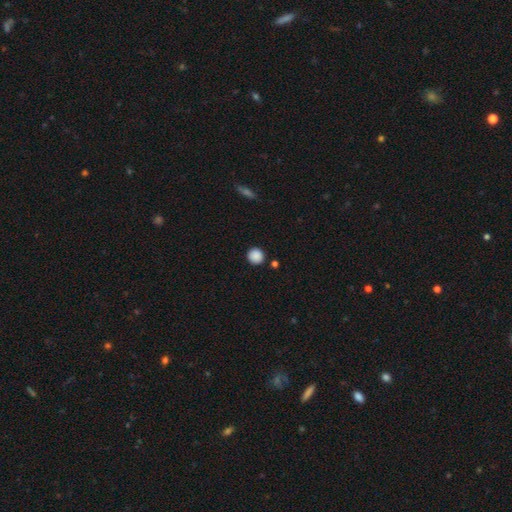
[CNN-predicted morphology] A smooth galaxy with no disk features (88%) that is round (92%).

Vote fractions:
- Smooth or featured? smooth: 88% / star or artifact: 9% / featured or disk: 3%
- How rounded? round: 92% / in between: 7% / cigar-shaped: 1%
- Merging? none: 89% / minor disturbance: 7% / merger: 3% / major disturbance: 2%